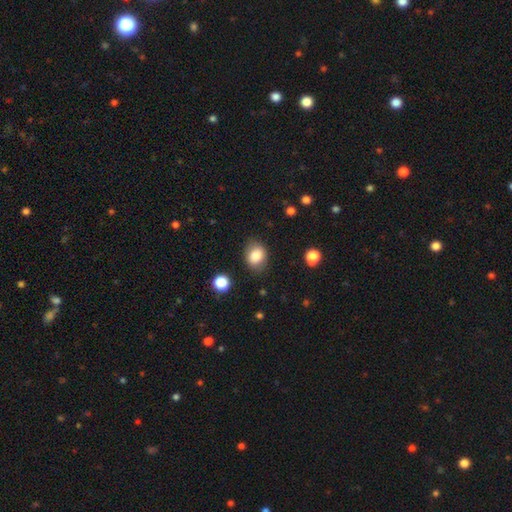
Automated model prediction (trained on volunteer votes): Smooth or featured? smooth (83%)
How rounded? in between (59%)
Merging? none (79%)